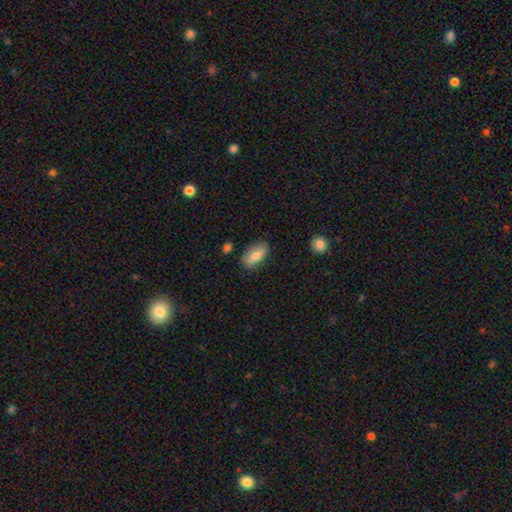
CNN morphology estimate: Smooth or featured: smooth — 75% (featured or disk — 19%)
How rounded: in between — 86% (cigar-shaped — 10%)
Merging: none — 81% (minor disturbance — 14%)